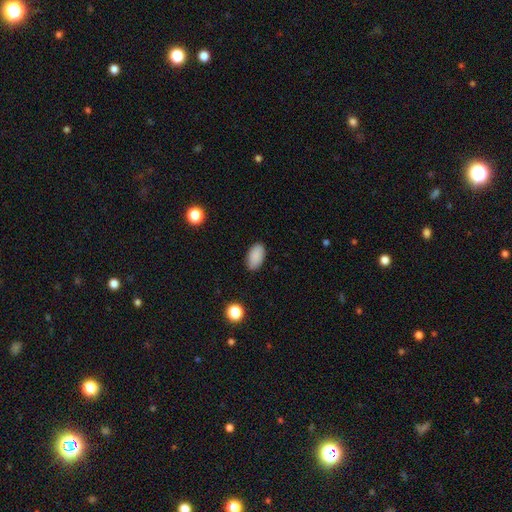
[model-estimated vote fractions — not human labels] smooth 89%, star or artifact 8%, featured or disk 3%. Down the decision tree: how rounded — in between (94%); merging — none (86%).